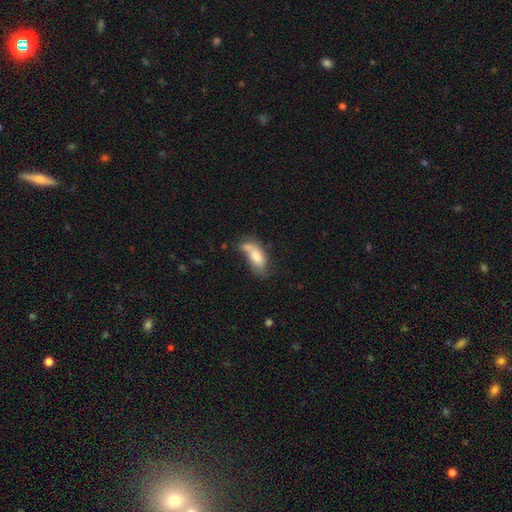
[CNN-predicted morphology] type=smooth (69%); roundness=in between (82%); merging=none (35%).